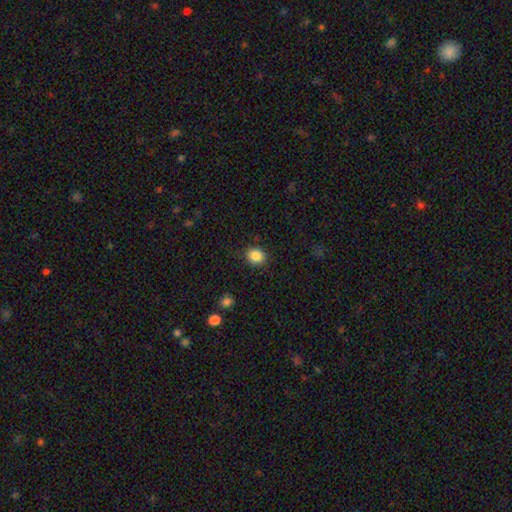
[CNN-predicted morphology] Smooth or featured? smooth (86%)
How rounded? round (69%)
Merging? none (86%)